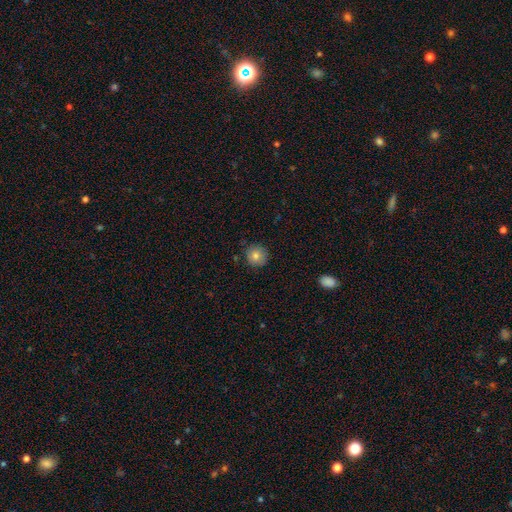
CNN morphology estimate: Smooth or featured? Predicted: smooth (p=0.81). How rounded? Predicted: round (p=0.93). Merging? Predicted: none (p=0.85).